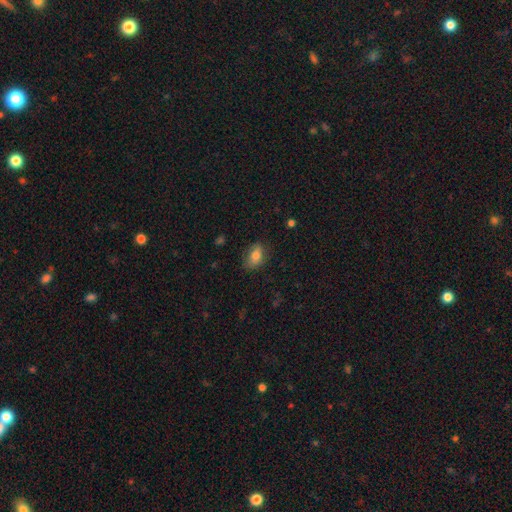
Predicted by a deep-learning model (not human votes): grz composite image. It shows a smooth galaxy with no disk features (77%) that is in between round and cigar-shaped (83%). Merging: none (73%).